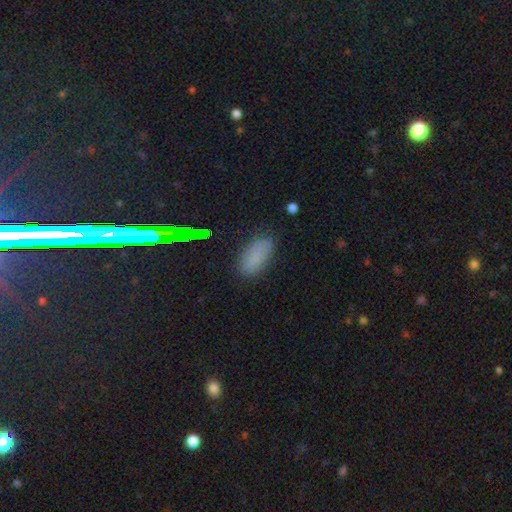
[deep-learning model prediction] The model was most divided on "smooth or featured": smooth: 76%, star or artifact: 16%, featured or disk: 7%. More confident: how rounded — in between (91%); merging — none (81%).